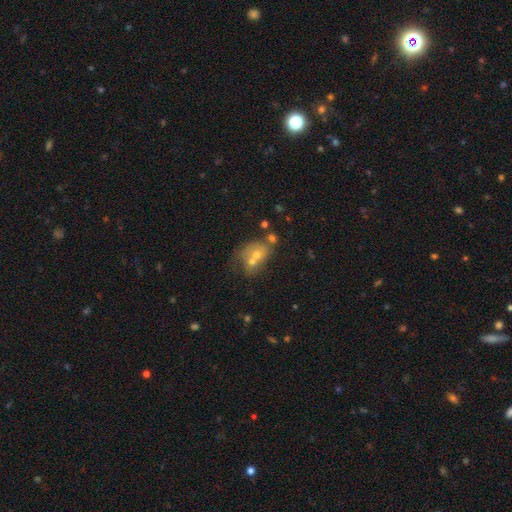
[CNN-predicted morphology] smooth-or-featured: smooth: 58% | featured or disk: 31% | star or artifact: 11%
  how-rounded: in between: 55% | round: 44% | cigar-shaped: 1%
  merging: merger: 64% | none: 19% | minor disturbance: 9% | major disturbance: 8%